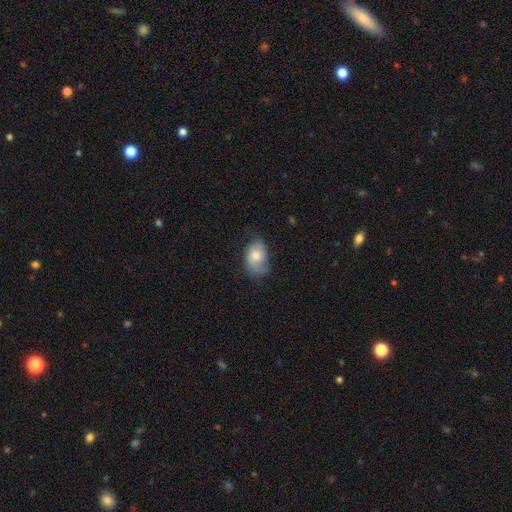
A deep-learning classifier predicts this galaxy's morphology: Smooth or featured: smooth — 66% (featured or disk — 27%)
How rounded: in between — 83% (round — 16%)
Merging: none — 50% (minor disturbance — 35%)